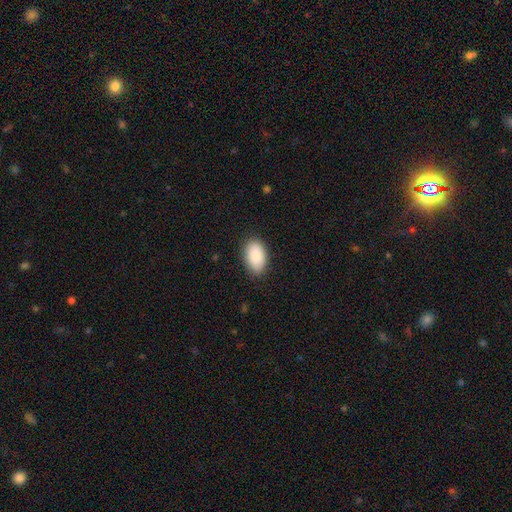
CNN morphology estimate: This appears to be a smooth galaxy with no disk features (90%) that is in between round and cigar-shaped (93%). Merging: none (86%).